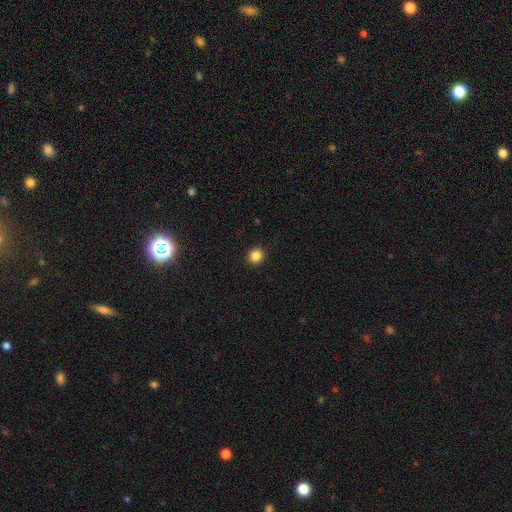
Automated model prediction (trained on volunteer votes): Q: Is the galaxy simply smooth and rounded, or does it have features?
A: smooth — 86%.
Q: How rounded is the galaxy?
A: round — 84%.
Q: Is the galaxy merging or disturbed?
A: none — 92%.